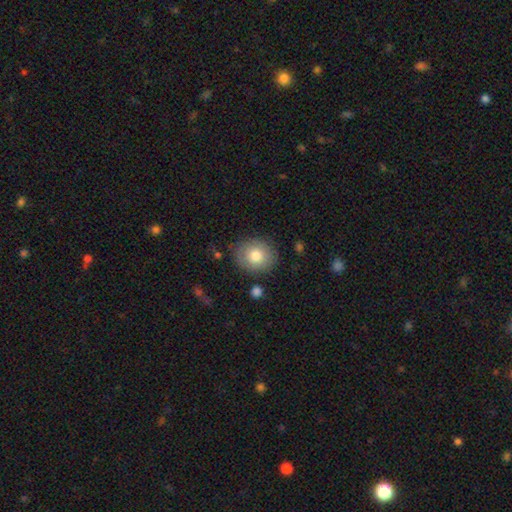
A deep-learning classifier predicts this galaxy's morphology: Smooth or featured?
  - smooth: 79% *
  - featured or disk: 13%
  - star or artifact: 8%
How rounded?
  - round: 68% *
  - in between: 31%
  - cigar-shaped: 1%
Merging?
  - none: 82% *
  - minor disturbance: 12%
  - major disturbance: 4%
  - merger: 2%